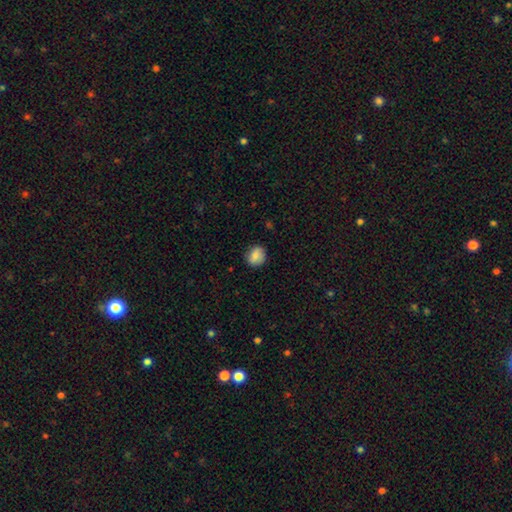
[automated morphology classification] A smooth galaxy with no disk features (85%) that is round (73%). Merging: none (84%).